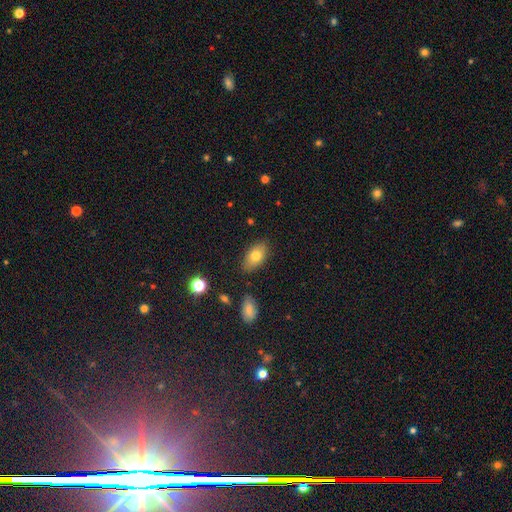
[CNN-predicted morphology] This appears to be a smooth galaxy with no disk features (76%) that is in between round and cigar-shaped (90%). Merging: none (81%).